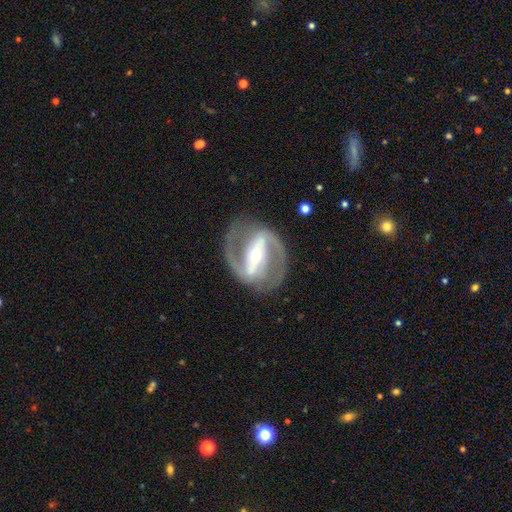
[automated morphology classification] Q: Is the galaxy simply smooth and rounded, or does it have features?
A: featured or disk — 90%.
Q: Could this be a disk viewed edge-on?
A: no — 95%.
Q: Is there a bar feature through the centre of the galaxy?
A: strong — 77%.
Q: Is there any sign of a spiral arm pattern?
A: yes — 94%.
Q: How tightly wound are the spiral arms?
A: medium — 55%.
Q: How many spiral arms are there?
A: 2 — 92%.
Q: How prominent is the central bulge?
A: small — 61%.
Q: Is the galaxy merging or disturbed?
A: none — 82%.